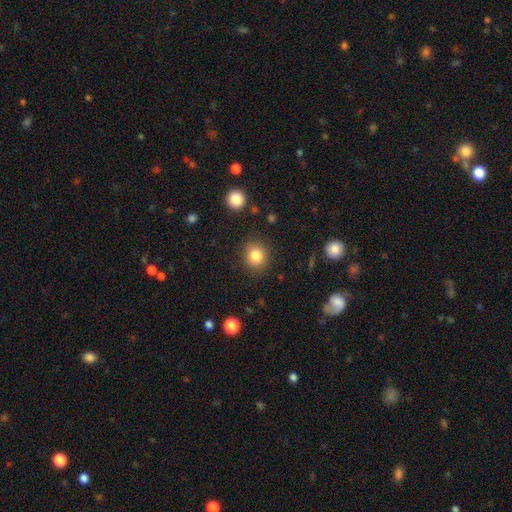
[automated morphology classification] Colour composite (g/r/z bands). It shows a smooth galaxy with no disk features (83%) that is round (84%). Merging: none (87%).